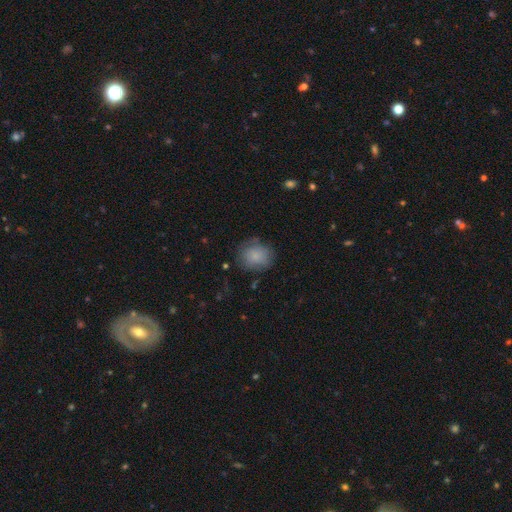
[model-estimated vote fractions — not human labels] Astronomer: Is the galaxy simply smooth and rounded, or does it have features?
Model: smooth — 79%.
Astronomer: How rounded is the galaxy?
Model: round — 72%.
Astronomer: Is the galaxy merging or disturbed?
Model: none — 69%.